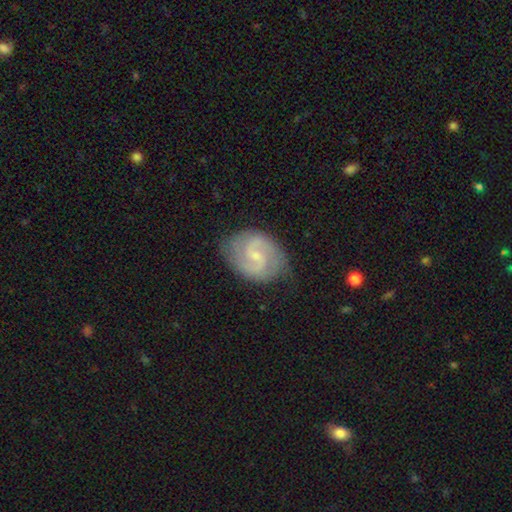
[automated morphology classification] A featured or disk galaxy (86%) with a weak bar (57%), 2 (91%) medium (56%) spiral arms (97%) and a small central bulge (66%).

Vote fractions:
- Smooth or featured? featured or disk: 86% / smooth: 9% / star or artifact: 5%
- Edge-on disk? no: 98% / yes: 2%
- Bar? weak: 57% / no: 31% / strong: 12%
- Spiral arms? yes: 97% / no: 3%
- Spiral winding? medium: 56% / tight: 28% / loose: 16%
- Spiral arm count? 2: 91% / can't tell: 3% / 3: 2% / 1: 1% / 4: 1% / more than 4: 1%
- Bulge size? small: 66% / moderate: 22% / none: 10% / large: 1% / dominant: 1%
- Merging? none: 80% / minor disturbance: 15% / major disturbance: 4% / merger: 1%